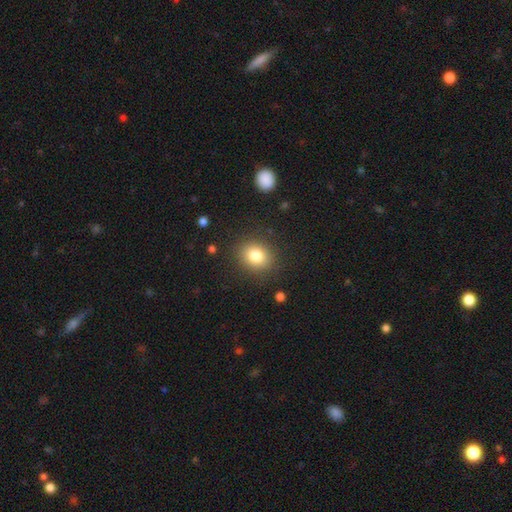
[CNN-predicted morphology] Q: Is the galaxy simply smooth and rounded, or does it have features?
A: smooth — 81%.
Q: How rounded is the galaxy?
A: round — 64%.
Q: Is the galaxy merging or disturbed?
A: none — 87%.